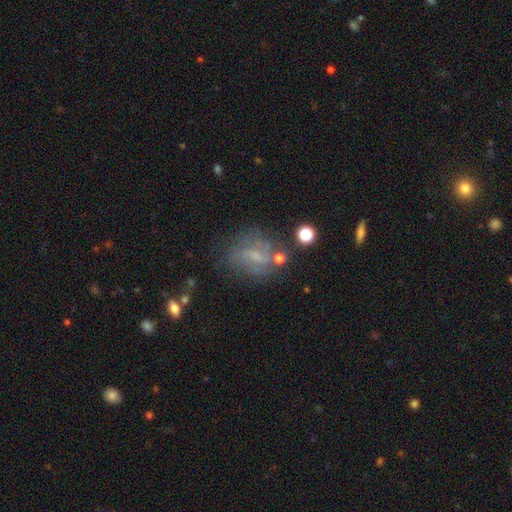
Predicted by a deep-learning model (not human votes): Q: Smooth or featured?
A: featured or disk (52%); runner-up: smooth (33%)
Q: Edge-on disk?
A: no (95%); runner-up: yes (5%)
Q: Merging?
A: none (55%); runner-up: minor disturbance (21%)